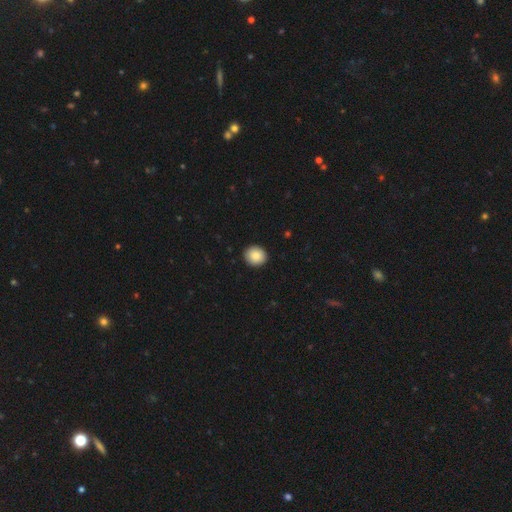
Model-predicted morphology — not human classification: A smooth galaxy with no disk features (87%) that is round (83%).

Vote fractions:
- Smooth or featured? smooth: 87% / star or artifact: 8% / featured or disk: 5%
- How rounded? round: 83% / in between: 16% / cigar-shaped: 1%
- Merging? none: 92% / minor disturbance: 6% / major disturbance: 2% / merger: 1%